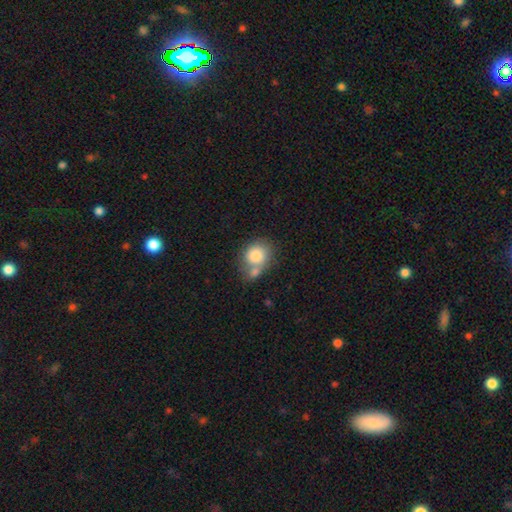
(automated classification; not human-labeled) Overall: smooth (81%). How rounded: round (63%; in between 36%). Merging: merger (41%; none 40%).